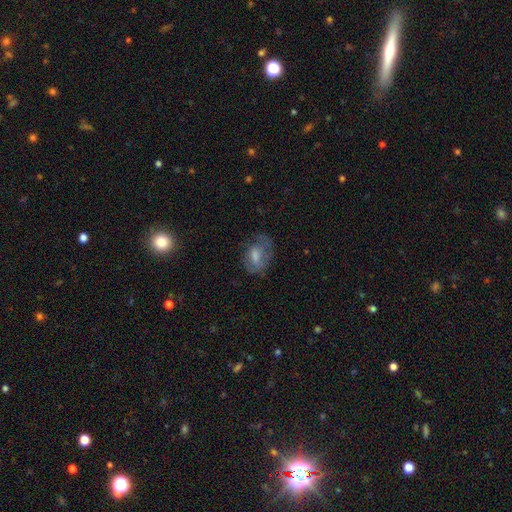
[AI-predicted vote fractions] smooth_or_featured: smooth (p=0.55) [alt: featured or disk p=0.36]
how_rounded: in between (p=0.77) [alt: round p=0.20]
merging: none (p=0.47) [alt: minor disturbance p=0.27]